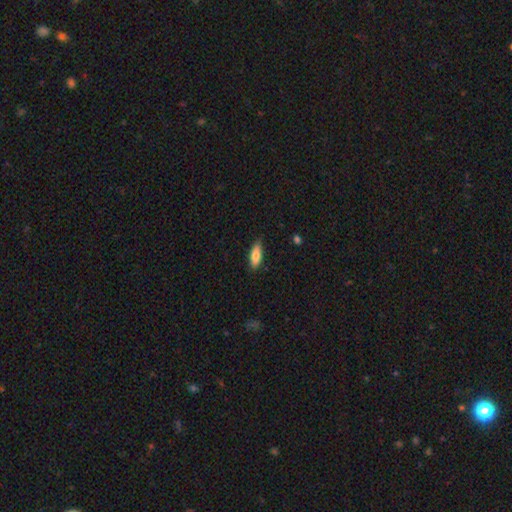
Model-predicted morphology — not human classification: The model was most divided on "how rounded": in between: 69%, cigar-shaped: 29%, round: 2%. More confident: smooth or featured — smooth (80%); merging — none (79%).